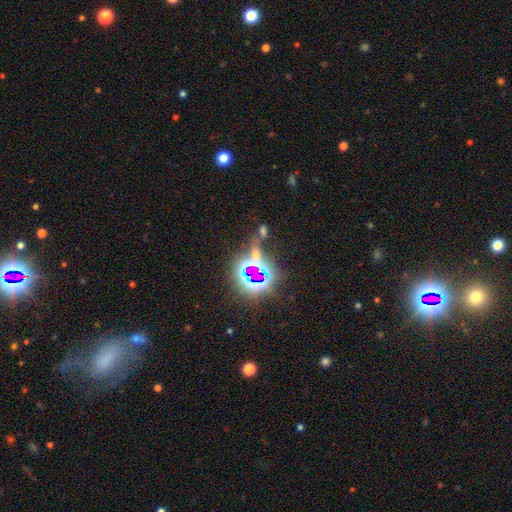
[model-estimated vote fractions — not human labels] Smooth or featured: star or artifact — 69% (smooth — 21%)